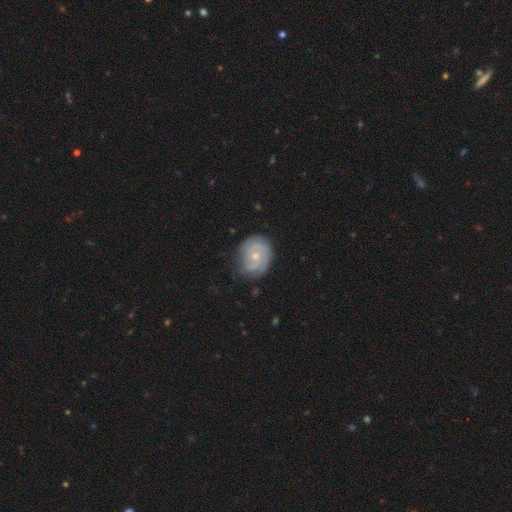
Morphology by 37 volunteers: A featured or disk galaxy (97%) with no bar (71%), 2 (54%) tight (69%) spiral arms (100%) and a small central bulge (54%). Merging: none (78%).